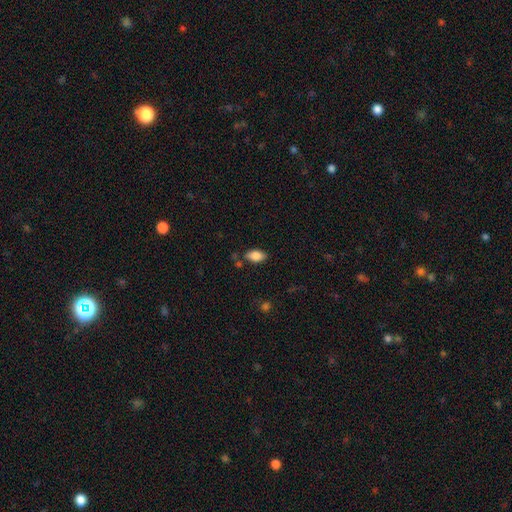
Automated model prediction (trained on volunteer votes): Smooth or featured? smooth (83%)
How rounded? in between (92%)
Merging? none (77%)